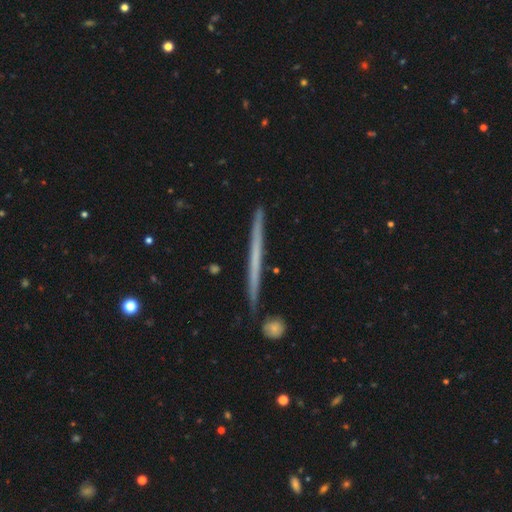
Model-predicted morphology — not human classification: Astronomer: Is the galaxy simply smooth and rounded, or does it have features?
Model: featured or disk — 56% (runner-up: smooth, 39%).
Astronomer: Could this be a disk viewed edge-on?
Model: yes — 97%.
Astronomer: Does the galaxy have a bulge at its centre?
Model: none — 93%.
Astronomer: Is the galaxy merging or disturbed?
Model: none — 90%.